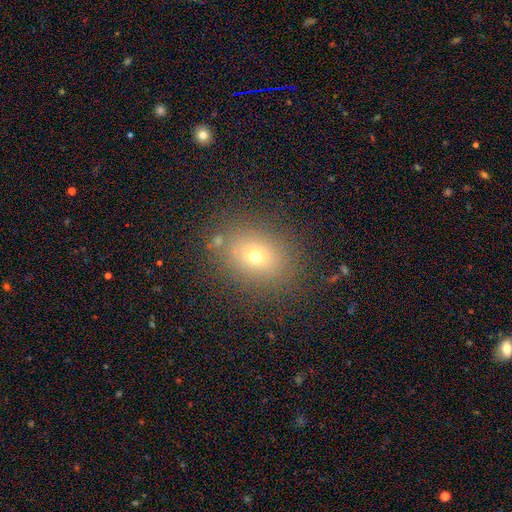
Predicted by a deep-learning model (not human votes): Smooth or featured? smooth (66%)
How rounded? in between (50%)
Merging? none (83%)